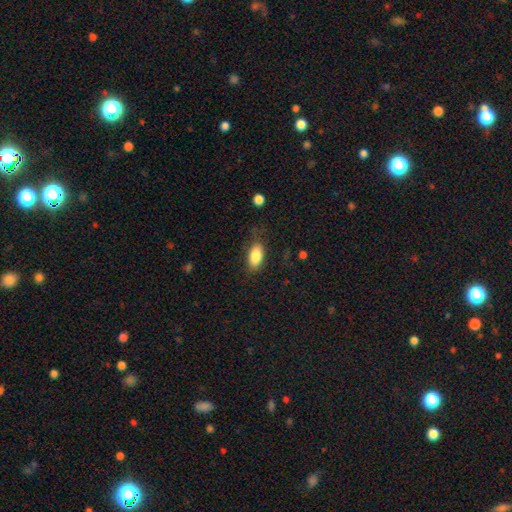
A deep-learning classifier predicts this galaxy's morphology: Overall: smooth (85%). How rounded: in between (91%). Merging: none (75%).